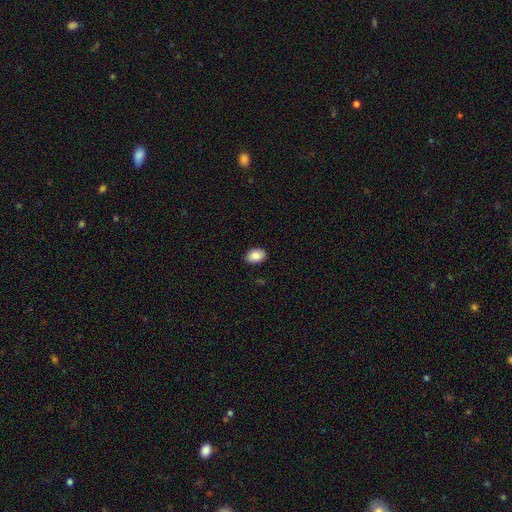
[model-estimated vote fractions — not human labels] This appears to be a smooth galaxy with no disk features (87%) that is in between round and cigar-shaped (84%). Merging: none (89%).